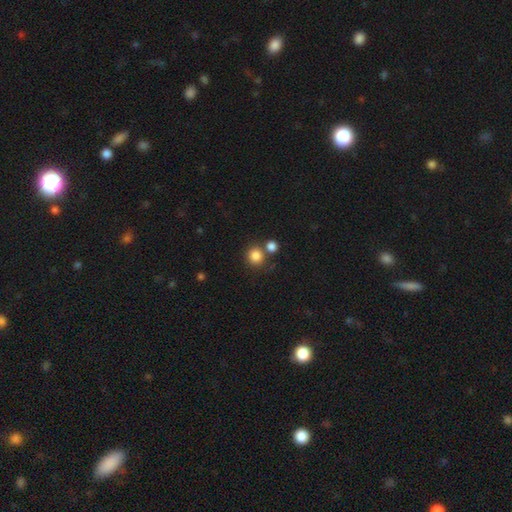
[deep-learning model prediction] This appears to be a smooth galaxy with no disk features (84%) that is round (89%). Merging: none (67%).